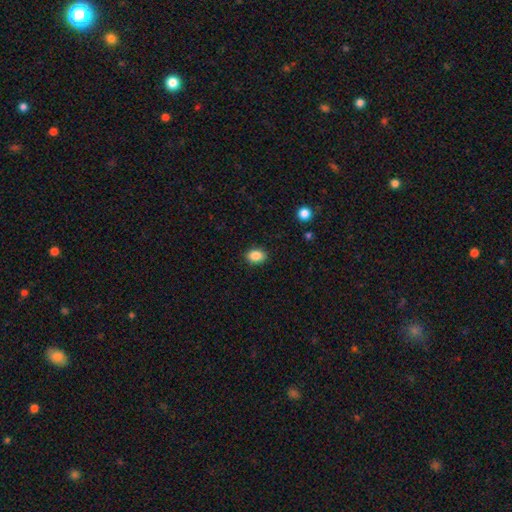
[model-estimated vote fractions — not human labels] Morphology: type=smooth (87%); roundness=in between (71%); merging=none (90%).